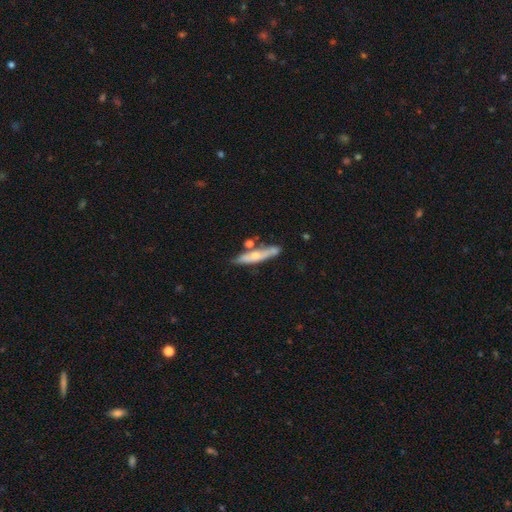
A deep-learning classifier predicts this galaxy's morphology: Overall: featured or disk (48%; smooth 46%). Merging: none (65%).